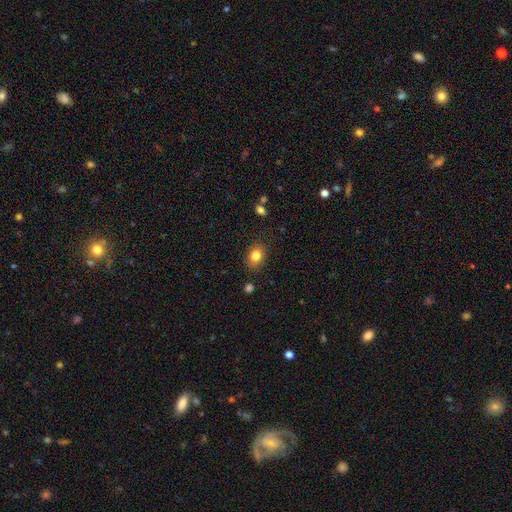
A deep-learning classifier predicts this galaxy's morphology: Q: Smooth or featured?
A: smooth (83%); runner-up: star or artifact (10%)
Q: How rounded?
A: in between (60%); runner-up: round (39%)
Q: Merging?
A: none (84%); runner-up: minor disturbance (11%)